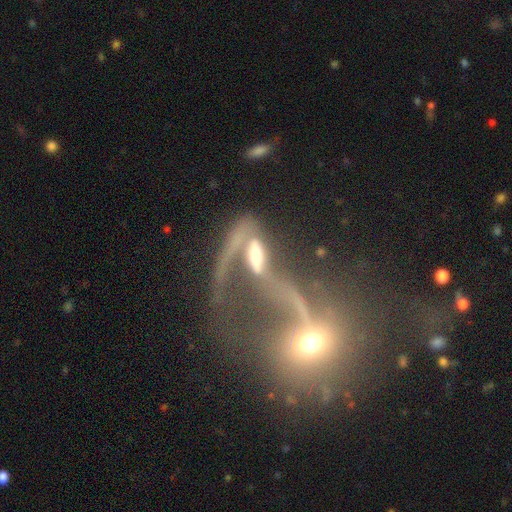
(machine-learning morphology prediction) The model was most divided on "merging": major disturbance: 37%, merger: 33%, none: 18%, minor disturbance: 12%. More confident: edge-on disk — no (67%); smooth or featured — featured or disk (63%).